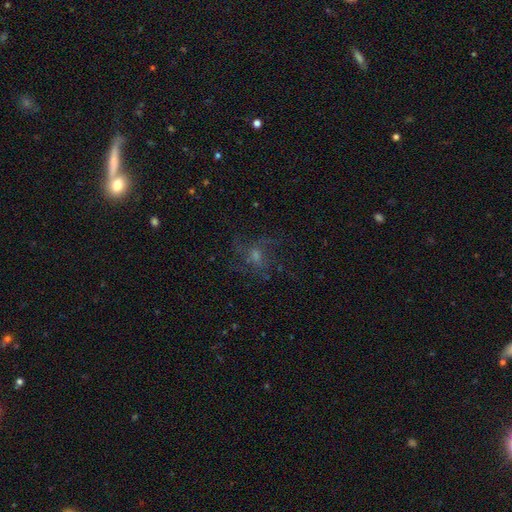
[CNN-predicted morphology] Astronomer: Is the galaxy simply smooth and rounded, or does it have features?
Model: featured or disk — 50% (runner-up: smooth, 29%).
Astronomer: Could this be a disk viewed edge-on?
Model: no — 96%.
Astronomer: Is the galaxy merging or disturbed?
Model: none — 53%.